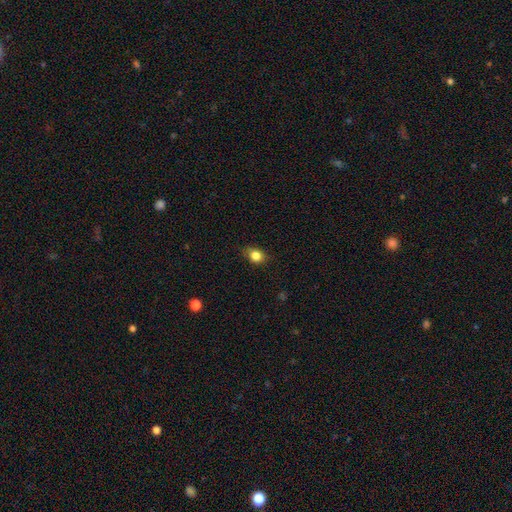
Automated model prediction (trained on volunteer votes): Smooth or featured?
  - smooth: 82% *
  - star or artifact: 11%
  - featured or disk: 7%
How rounded?
  - round: 53% *
  - in between: 46%
  - cigar-shaped: 2%
Merging?
  - none: 77% *
  - minor disturbance: 18%
  - major disturbance: 4%
  - merger: 1%